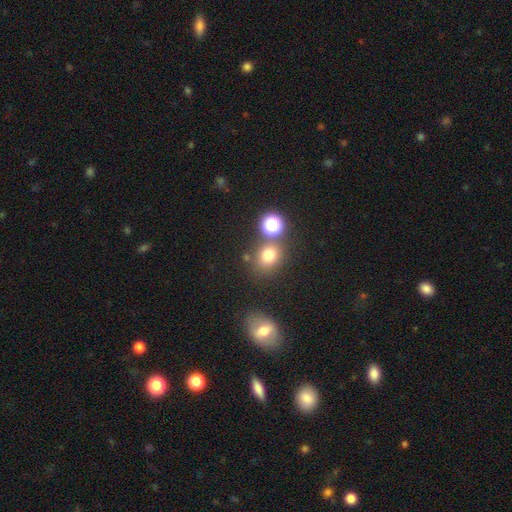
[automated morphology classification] Q: Smooth or featured?
A: smooth (54%); runner-up: star or artifact (37%)
Q: How rounded?
A: round (68%); runner-up: in between (30%)
Q: Merging?
A: none (70%); runner-up: merger (17%)